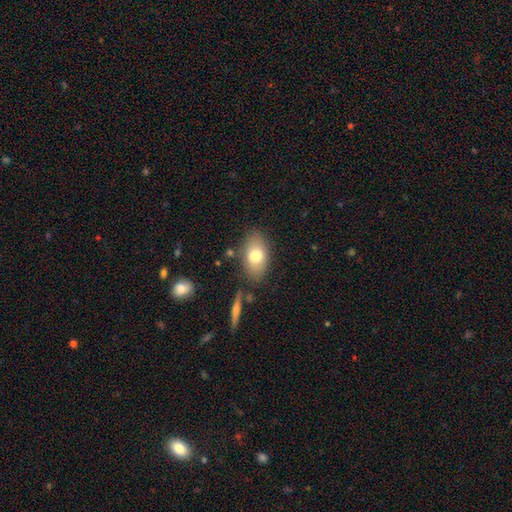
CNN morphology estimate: Smooth or featured?
  - smooth: 74% *
  - featured or disk: 18%
  - star or artifact: 8%
How rounded?
  - in between: 88% *
  - round: 9%
  - cigar-shaped: 3%
Merging?
  - none: 79% *
  - minor disturbance: 13%
  - merger: 4%
  - major disturbance: 4%